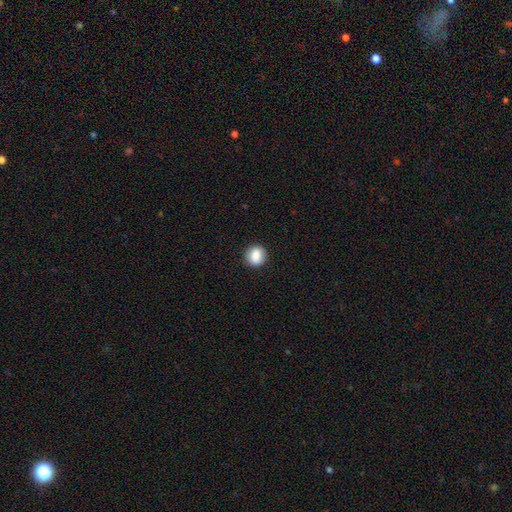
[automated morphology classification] A smooth galaxy with no disk features (86%) that is round (84%). Merging: none (91%).